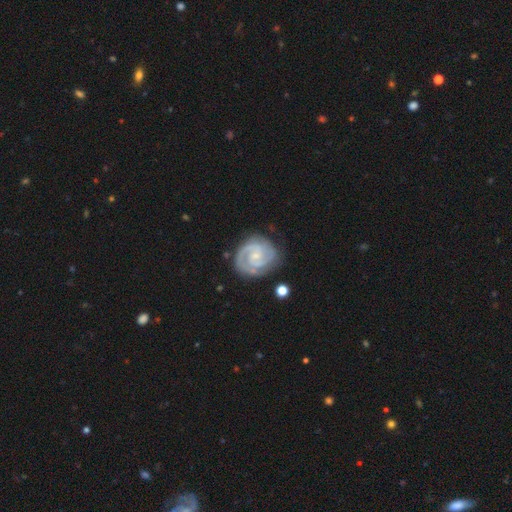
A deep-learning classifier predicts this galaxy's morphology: type=featured or disk (90%); edge-on=no (98%); bar=no (54%); spiral arms=yes (98%); winding=tight (66%); arm count=2 (77%); bulge=small (71%); merging=none (79%).